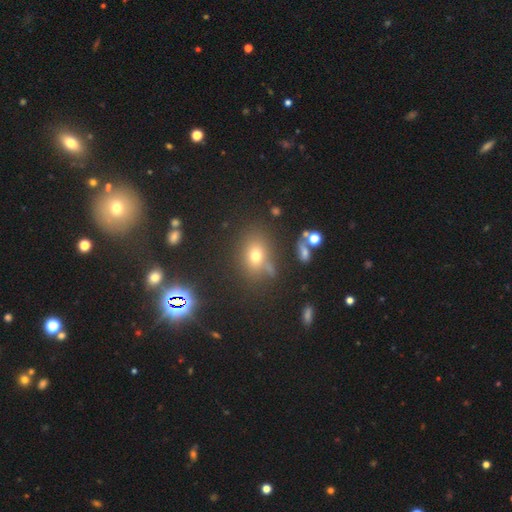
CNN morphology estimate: smooth 66%, star or artifact 21%, featured or disk 13%. Down the decision tree: how rounded — in between (55%); merging — none (71%).